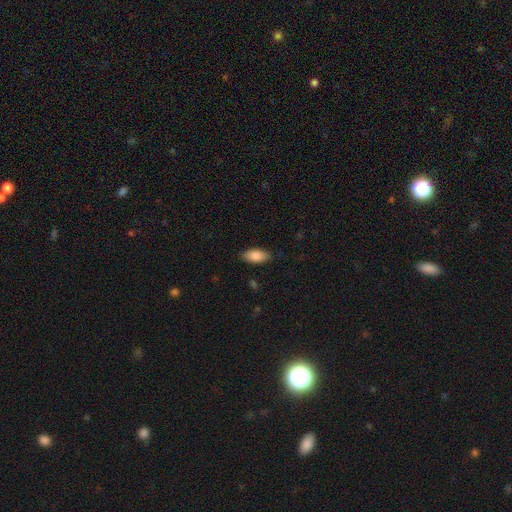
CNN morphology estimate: smooth_or_featured: smooth (p=0.85) [alt: featured or disk p=0.09]
how_rounded: in between (p=0.89) [alt: cigar-shaped p=0.09]
merging: none (p=0.86) [alt: minor disturbance p=0.11]